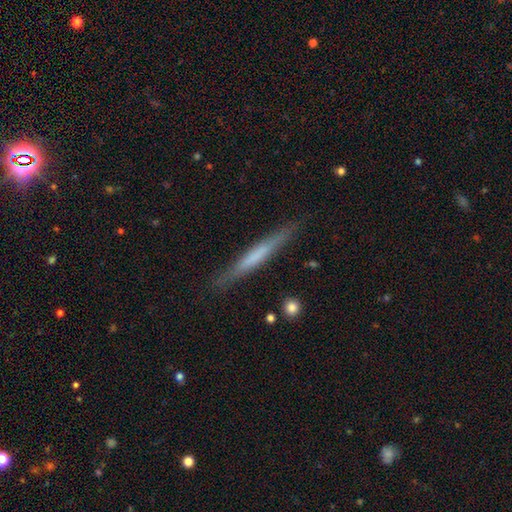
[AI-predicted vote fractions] This appears to be a smooth galaxy with no disk features (48%). Merging: none (87%).